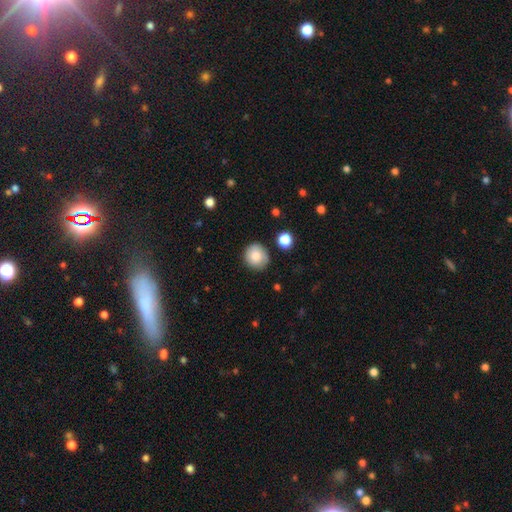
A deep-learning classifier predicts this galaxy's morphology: type=smooth (78%); roundness=round (87%); merging=none (79%).